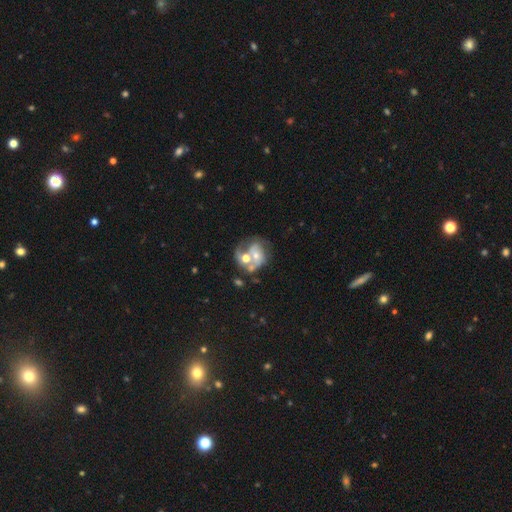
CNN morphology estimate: featured or disk 67%, smooth 24%, star or artifact 8%. Down the decision tree: edge-on disk — no (98%); bar — no (71%); spiral arms — yes (70%); bulge size — moderate (52%); merging — merger (45%).